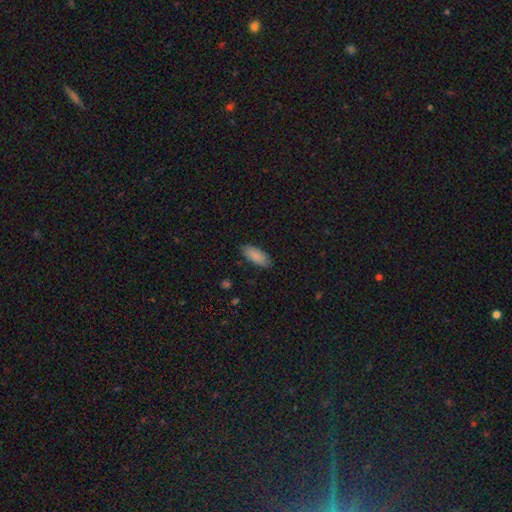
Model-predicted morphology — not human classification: smooth-or-featured: smooth: 89% | star or artifact: 6% | featured or disk: 5%
  how-rounded: in between: 81% | cigar-shaped: 17% | round: 2%
  merging: none: 86% | minor disturbance: 11% | major disturbance: 2% | merger: 1%